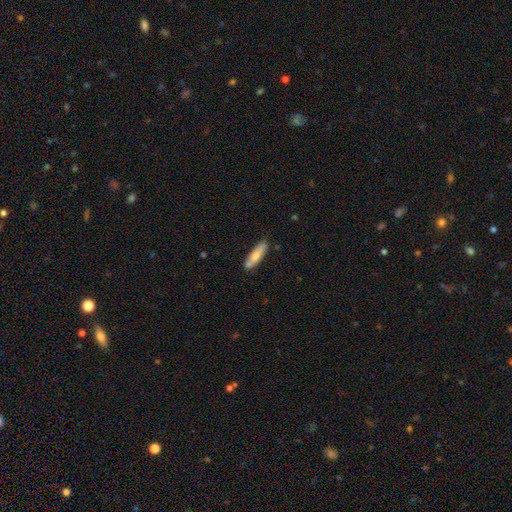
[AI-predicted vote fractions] This appears to be a smooth galaxy with no disk features (71%) that is cigar-shaped (68%). Merging: none (83%).